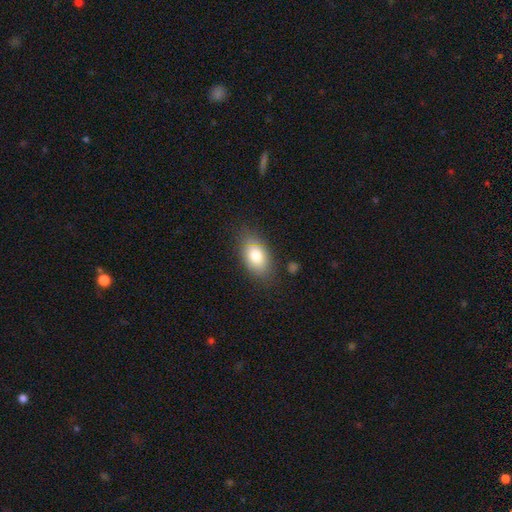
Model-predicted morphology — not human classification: smooth 77%, featured or disk 15%, star or artifact 8%. Down the decision tree: how rounded — in between (87%); merging — none (75%).